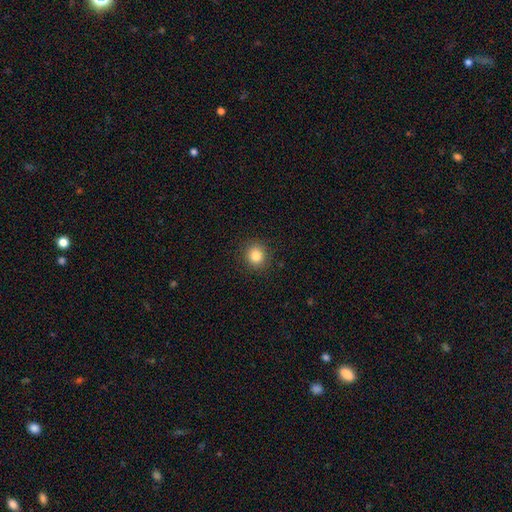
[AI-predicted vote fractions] Overall: smooth (83%). How rounded: round (86%). Merging: none (90%).